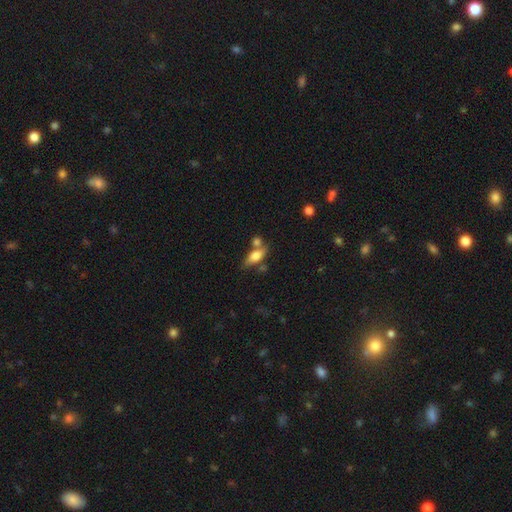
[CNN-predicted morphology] smooth 64%, featured or disk 27%, star or artifact 9%. Down the decision tree: how rounded — in between (72%); merging — none (52%).